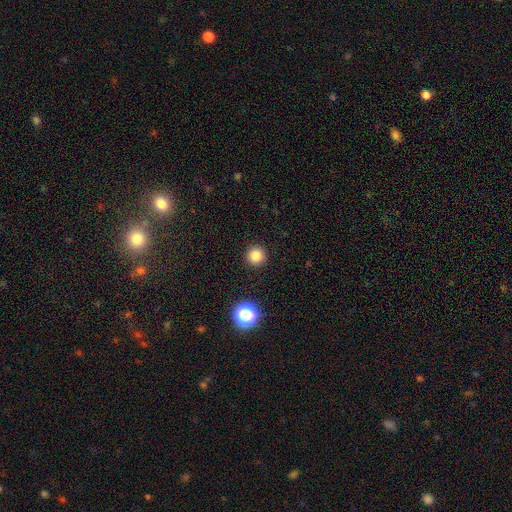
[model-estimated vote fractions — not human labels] The model was most divided on "smooth or featured": smooth: 83%, star or artifact: 13%, featured or disk: 4%. More confident: how rounded — round (96%); merging — none (92%).